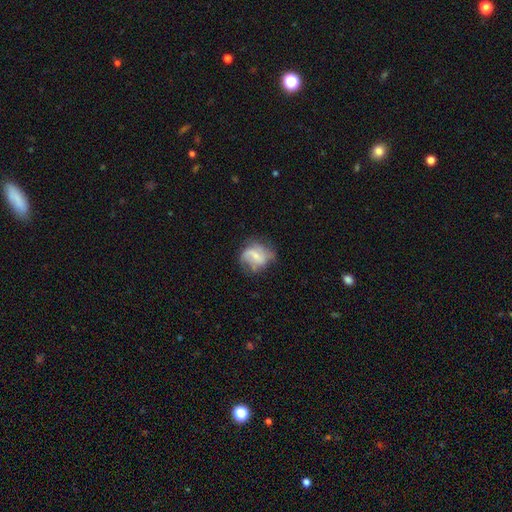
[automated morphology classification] type=featured or disk (57%); edge-on=no (97%); bar=weak (46%); spiral arms=yes (73%); bulge=small (51%); merging=none (51%).